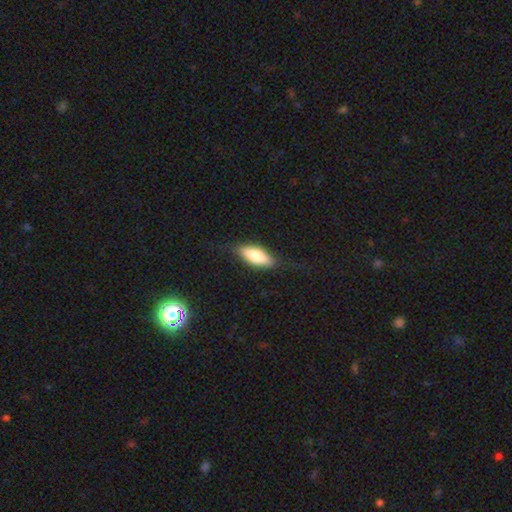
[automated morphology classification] smooth_or_featured: smooth (p=0.69) [alt: featured or disk p=0.25]
how_rounded: in between (p=0.73) [alt: cigar-shaped p=0.24]
merging: none (p=0.77) [alt: minor disturbance p=0.17]